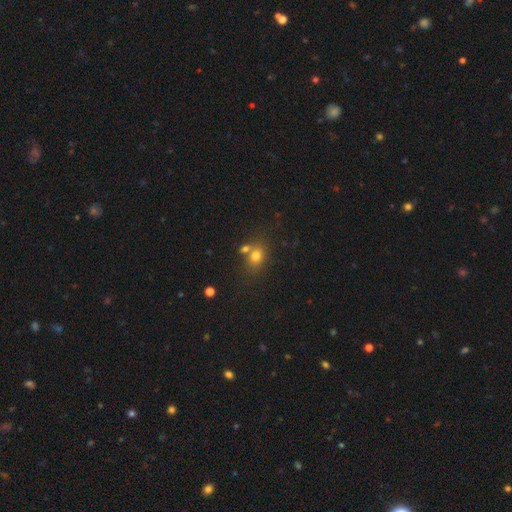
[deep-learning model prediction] Smooth or featured? Predicted: smooth (p=0.75). How rounded? Predicted: in between (p=0.50). Merging? Predicted: none (p=0.57).